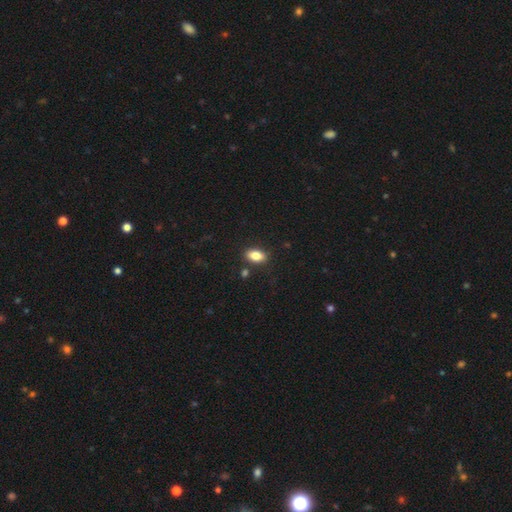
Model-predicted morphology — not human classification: Q: Smooth or featured?
A: smooth (83%); runner-up: featured or disk (9%)
Q: How rounded?
A: in between (88%); runner-up: round (8%)
Q: Merging?
A: none (85%); runner-up: minor disturbance (10%)